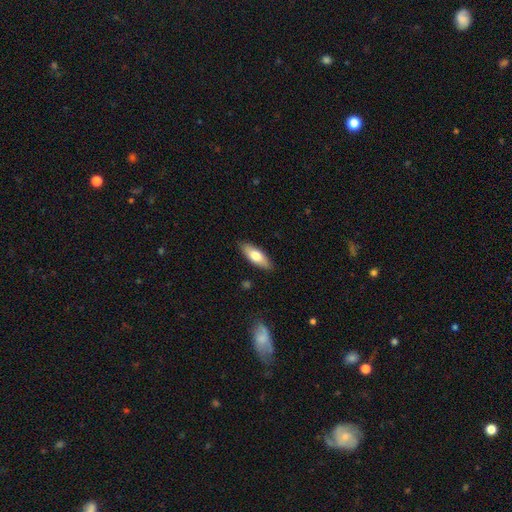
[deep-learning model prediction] smooth_or_featured: smooth (p=0.71) [alt: featured or disk p=0.23]
how_rounded: in between (p=0.68) [alt: cigar-shaped p=0.29]
merging: none (p=0.87) [alt: minor disturbance p=0.10]